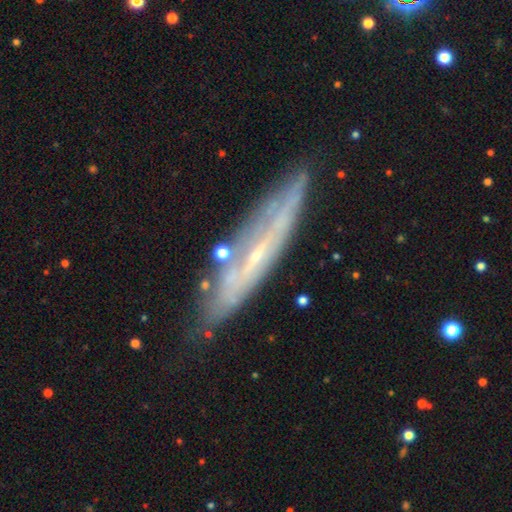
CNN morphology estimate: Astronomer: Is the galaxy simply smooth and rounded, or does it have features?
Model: featured or disk — 70%.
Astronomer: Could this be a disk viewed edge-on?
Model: yes — 59% (runner-up: no, 41%).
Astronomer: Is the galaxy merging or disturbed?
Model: none — 75%.